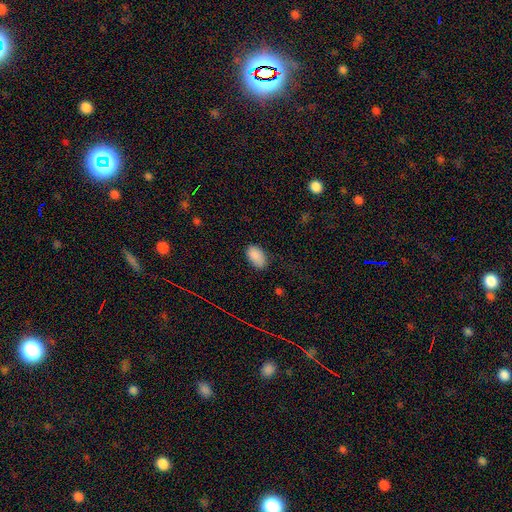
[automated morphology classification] smooth_or_featured: smooth (p=0.88) [alt: star or artifact p=0.08]
how_rounded: in between (p=0.93) [alt: round p=0.06]
merging: none (p=0.76) [alt: minor disturbance p=0.19]